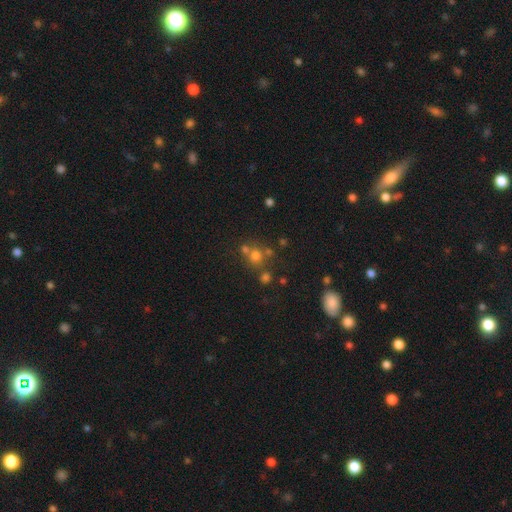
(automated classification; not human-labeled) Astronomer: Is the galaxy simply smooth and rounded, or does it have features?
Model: smooth — 64%.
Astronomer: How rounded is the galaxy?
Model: round — 87%.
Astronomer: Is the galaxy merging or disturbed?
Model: none — 58%.